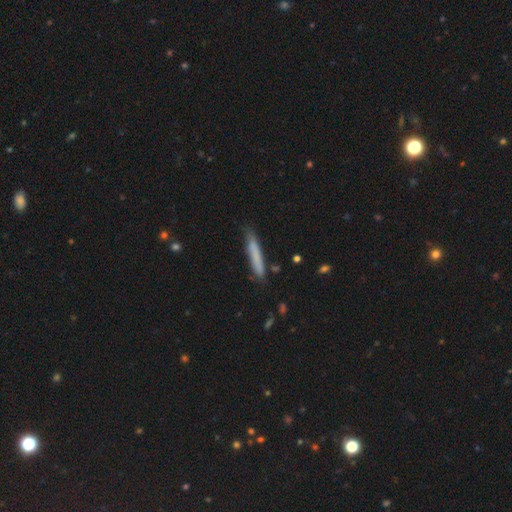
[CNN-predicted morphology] A smooth galaxy with no disk features (74%) that is cigar-shaped (95%).

Vote fractions:
- Smooth or featured? smooth: 74% / featured or disk: 20% / star or artifact: 6%
- How rounded? cigar-shaped: 95% / in between: 4% / round: 1%
- Merging? none: 81% / minor disturbance: 14% / major disturbance: 2% / merger: 2%